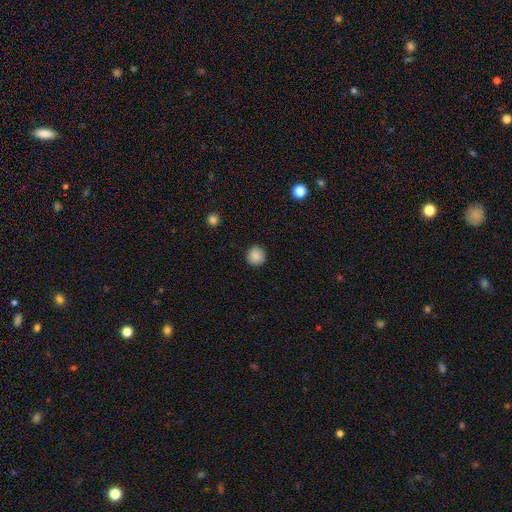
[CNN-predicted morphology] smooth_or_featured: smooth (p=0.88) [alt: star or artifact p=0.09]
how_rounded: round (p=0.94) [alt: in between p=0.05]
merging: none (p=0.91) [alt: minor disturbance p=0.06]